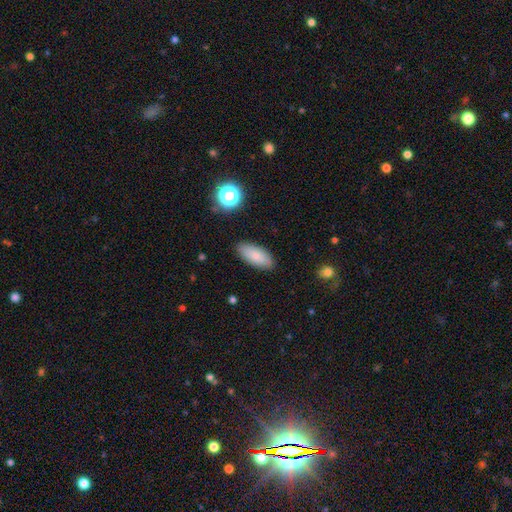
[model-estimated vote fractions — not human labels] Morphology: type=smooth (82%); roundness=in between (85%); merging=none (86%).